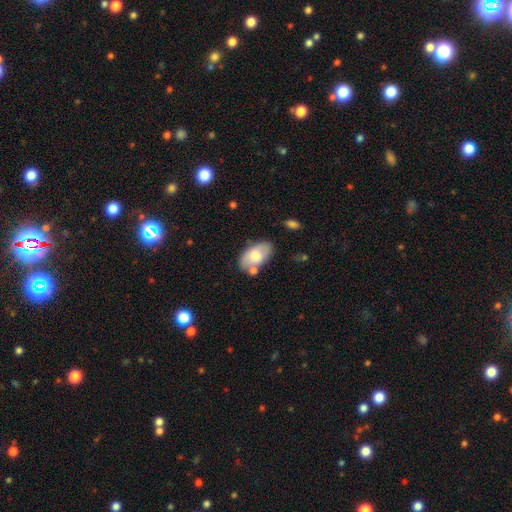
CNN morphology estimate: Smooth or featured? Predicted: smooth (p=0.71). How rounded? Predicted: in between (p=0.93). Merging? Predicted: none (p=0.60).